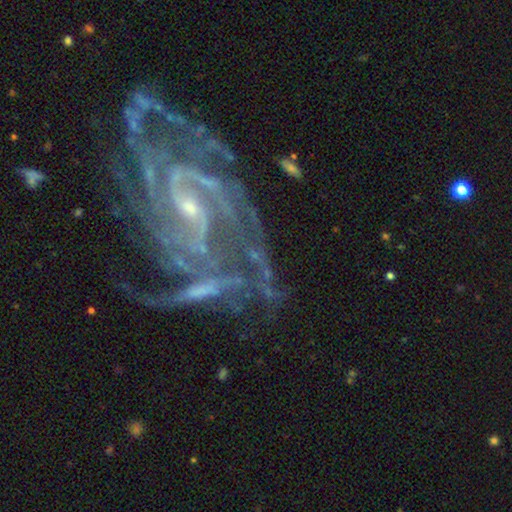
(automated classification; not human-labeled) This appears to be a featured or disk galaxy (78%) with a weak bar (34%), 2 (32%) tight (50%) spiral arms (95%) and a small central bulge (65%). Merging: none (58%).